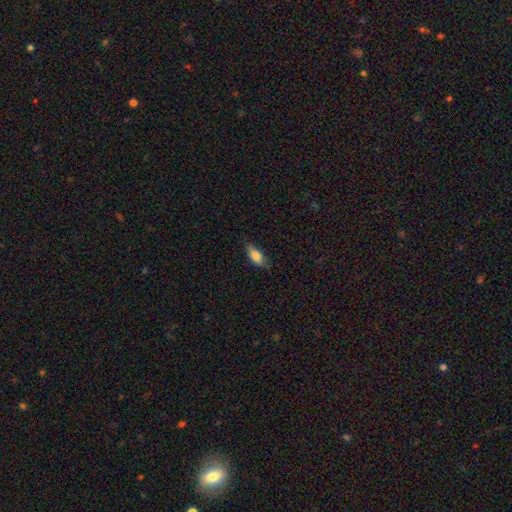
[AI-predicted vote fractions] smooth-or-featured: smooth: 80% | featured or disk: 13% | star or artifact: 7%
  how-rounded: in between: 81% | cigar-shaped: 16% | round: 3%
  merging: none: 74% | minor disturbance: 21% | major disturbance: 4% | merger: 1%